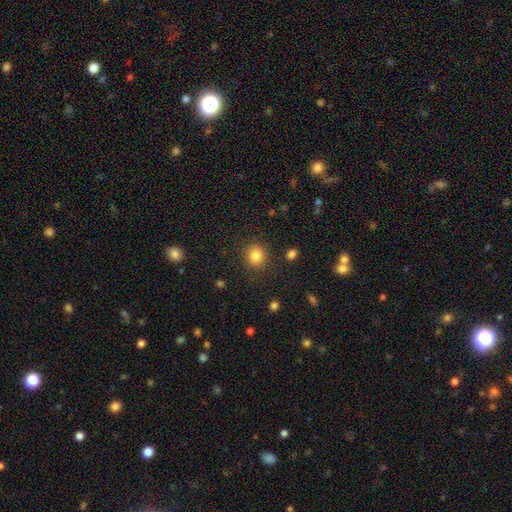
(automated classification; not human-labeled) smooth-or-featured: smooth: 83% | star or artifact: 11% | featured or disk: 6%
  how-rounded: round: 83% | in between: 16% | cigar-shaped: 1%
  merging: none: 87% | minor disturbance: 8% | major disturbance: 3% | merger: 2%